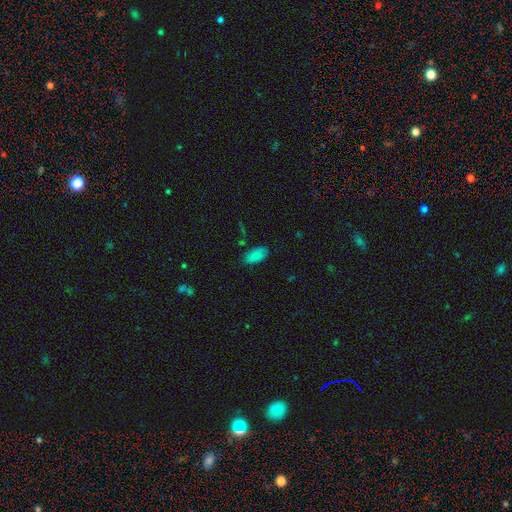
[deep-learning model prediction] Smooth or featured? smooth (84%)
How rounded? in between (93%)
Merging? none (76%)